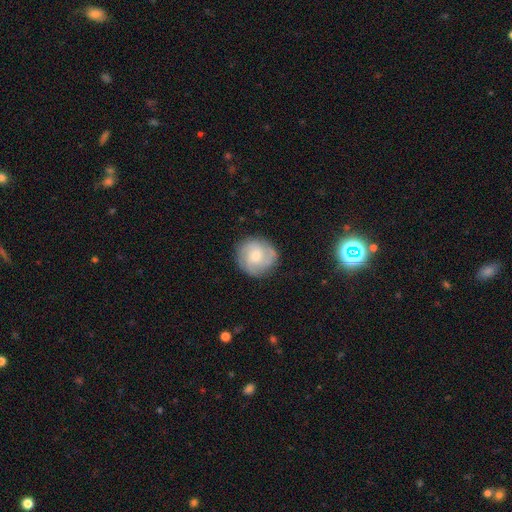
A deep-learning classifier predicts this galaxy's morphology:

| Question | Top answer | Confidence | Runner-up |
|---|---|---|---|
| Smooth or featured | featured or disk | 57% | smooth (36%) |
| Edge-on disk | no | 97% | yes (3%) |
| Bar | no | 67% | weak (28%) |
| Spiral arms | yes | 88% | no (12%) |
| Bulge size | small | 51% | moderate (44%) |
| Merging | none | 83% | minor disturbance (12%) |